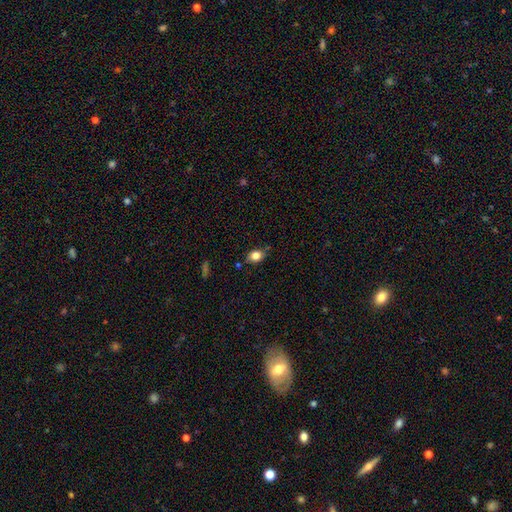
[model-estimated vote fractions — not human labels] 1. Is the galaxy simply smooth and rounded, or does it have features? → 80% smooth, 10% featured or disk, 10% star or artifact.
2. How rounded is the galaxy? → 65% in between, 34% round, 2% cigar-shaped.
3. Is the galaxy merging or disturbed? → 75% none, 18% minor disturbance, 4% major disturbance, 3% merger.